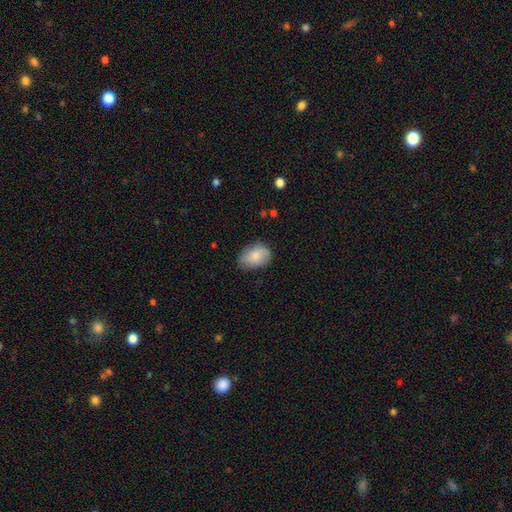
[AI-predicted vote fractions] Morphology: type=smooth (78%); roundness=in between (82%); merging=none (70%).